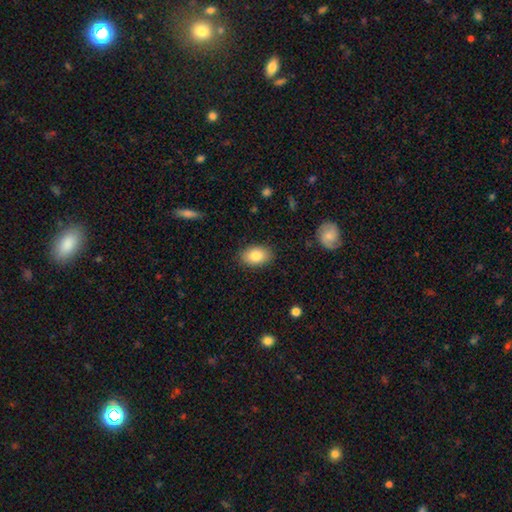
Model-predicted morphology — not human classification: Smooth or featured? smooth (83%)
How rounded? in between (88%)
Merging? none (87%)